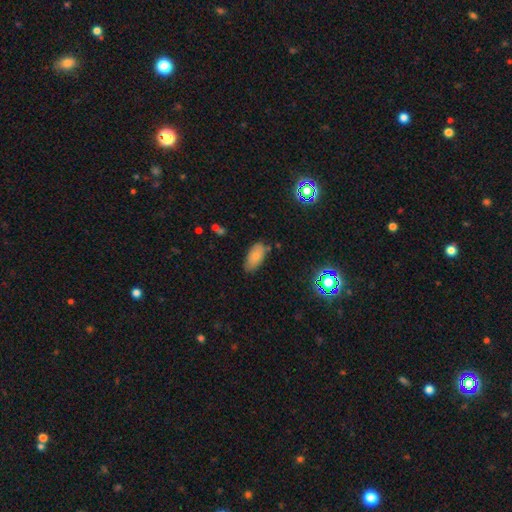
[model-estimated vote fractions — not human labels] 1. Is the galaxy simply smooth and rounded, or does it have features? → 78% smooth, 12% featured or disk, 10% star or artifact.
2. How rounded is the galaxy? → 92% in between, 5% cigar-shaped, 3% round.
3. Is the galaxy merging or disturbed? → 73% none, 20% minor disturbance, 4% major disturbance, 3% merger.